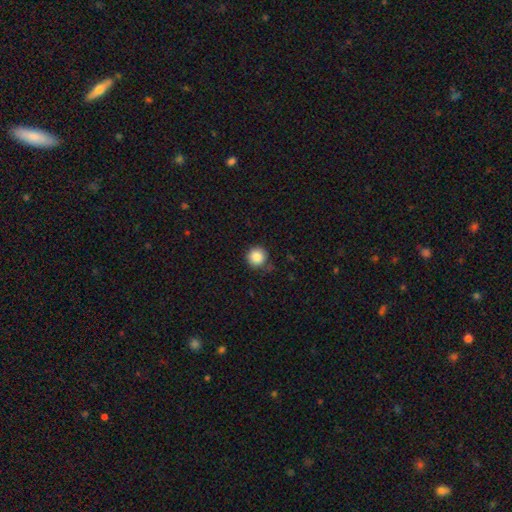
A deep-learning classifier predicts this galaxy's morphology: Q: Smooth or featured?
A: smooth (87%); runner-up: star or artifact (9%)
Q: How rounded?
A: round (95%); runner-up: in between (4%)
Q: Merging?
A: none (80%); runner-up: minor disturbance (15%)